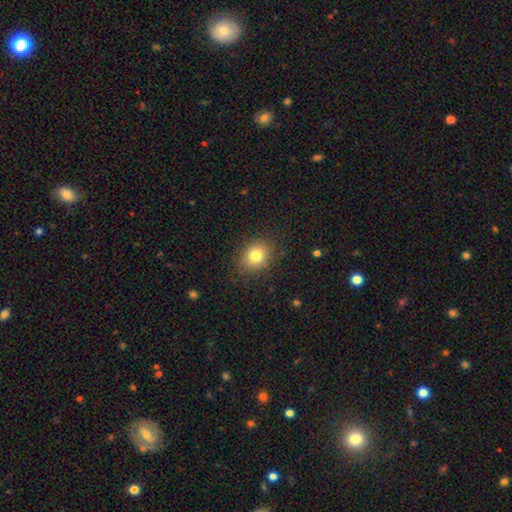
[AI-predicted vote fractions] A smooth galaxy with no disk features (80%) that is round (58%).

Vote fractions:
- Smooth or featured? smooth: 80% / star or artifact: 11% / featured or disk: 9%
- How rounded? round: 58% / in between: 41% / cigar-shaped: 1%
- Merging? none: 86% / minor disturbance: 10% / major disturbance: 3% / merger: 1%